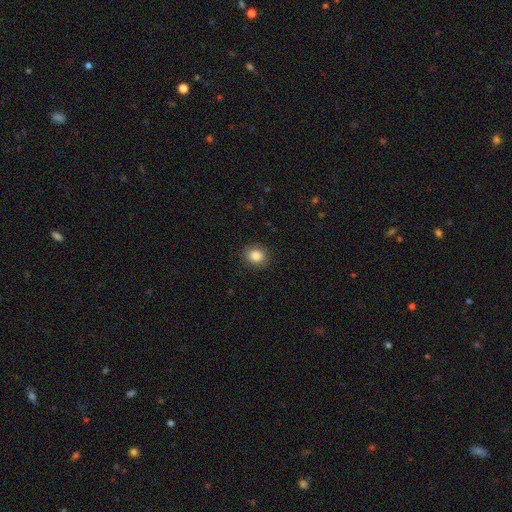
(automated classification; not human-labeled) Q: Smooth or featured?
A: smooth (86%); runner-up: star or artifact (10%)
Q: How rounded?
A: round (72%); runner-up: in between (28%)
Q: Merging?
A: none (89%); runner-up: minor disturbance (8%)